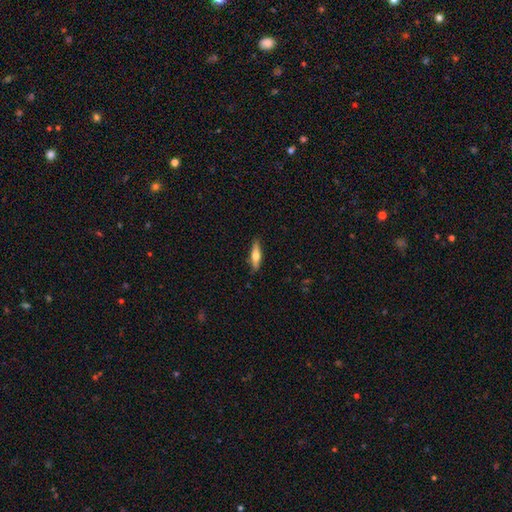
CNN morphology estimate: A smooth galaxy with no disk features (55%) that is cigar-shaped (65%). Merging: none (87%).